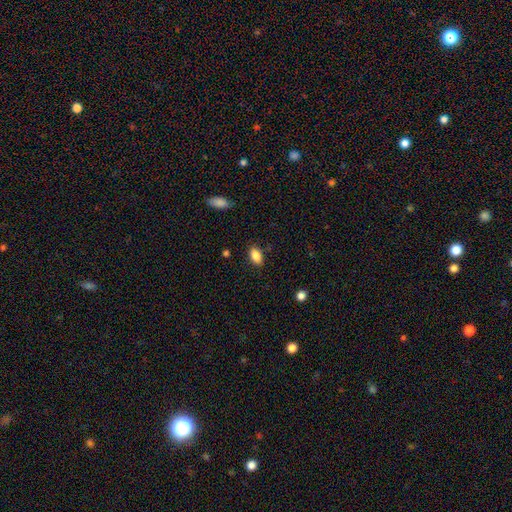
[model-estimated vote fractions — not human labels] Smooth or featured? Predicted: smooth (p=0.87). How rounded? Predicted: in between (p=0.91). Merging? Predicted: none (p=0.86).